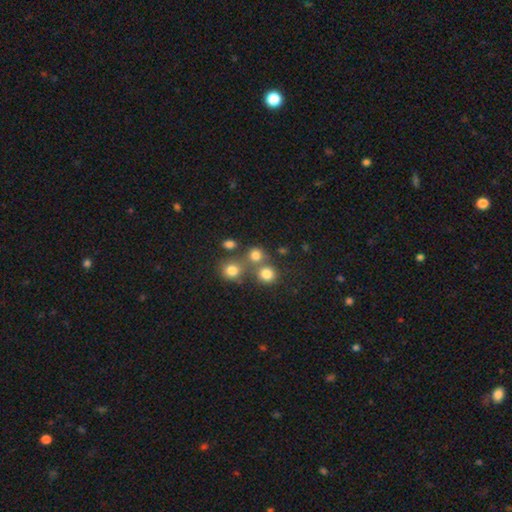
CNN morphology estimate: Smooth or featured: smooth — 77% (star or artifact — 15%)
How rounded: round — 84% (in between — 15%)
Merging: none — 57% (merger — 31%)